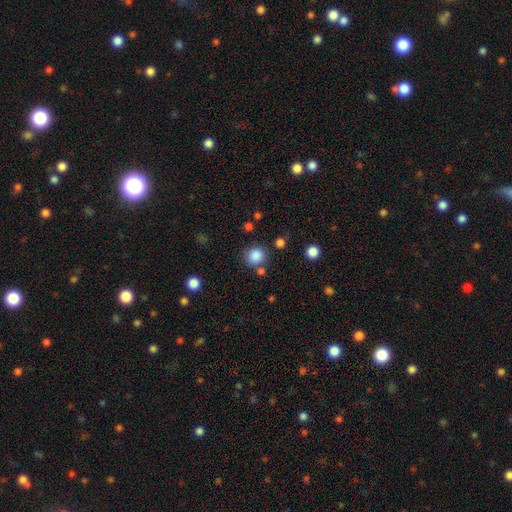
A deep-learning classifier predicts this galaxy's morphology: Q: Smooth or featured?
A: smooth (86%); runner-up: star or artifact (10%)
Q: How rounded?
A: round (88%); runner-up: in between (11%)
Q: Merging?
A: none (79%); runner-up: minor disturbance (10%)